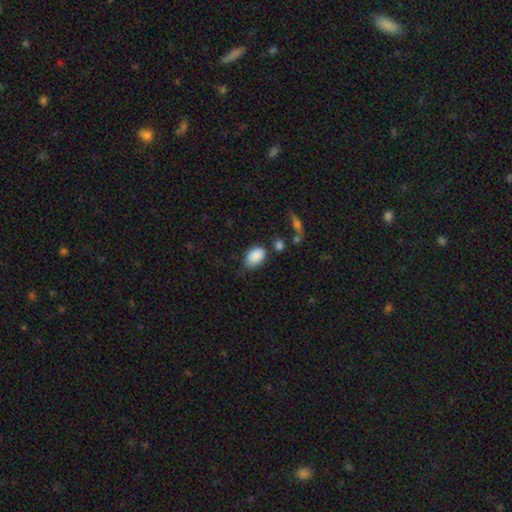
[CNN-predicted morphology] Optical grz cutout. It shows a smooth galaxy with no disk features (88%) that is in between round and cigar-shaped (87%). Merging: none (64%).